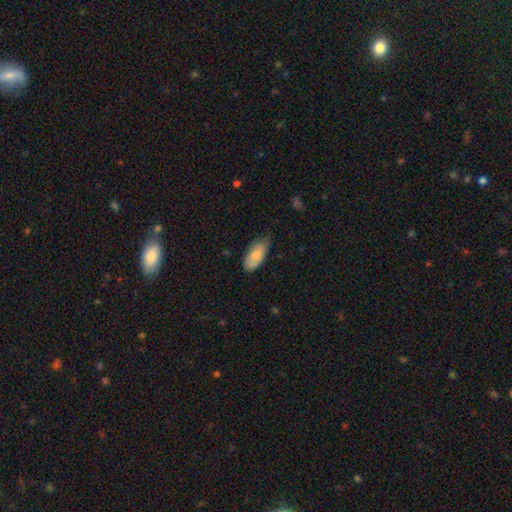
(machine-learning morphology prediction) Overall: smooth (83%). How rounded: in between (90%). Merging: none (61%; minor disturbance 33%).